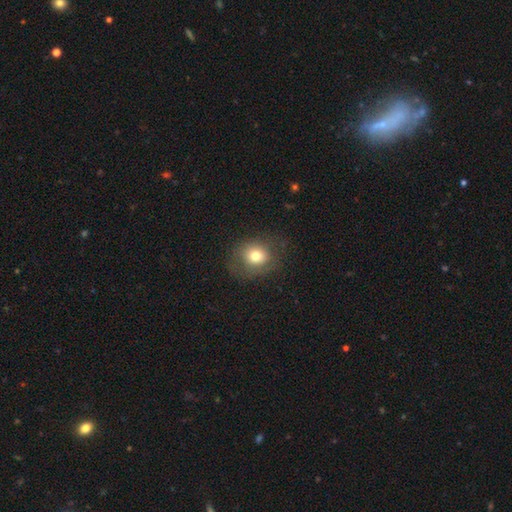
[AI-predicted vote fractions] The model was most divided on "how rounded": round: 67%, in between: 32%, cigar-shaped: 1%. More confident: smooth or featured — smooth (73%); merging — none (70%).